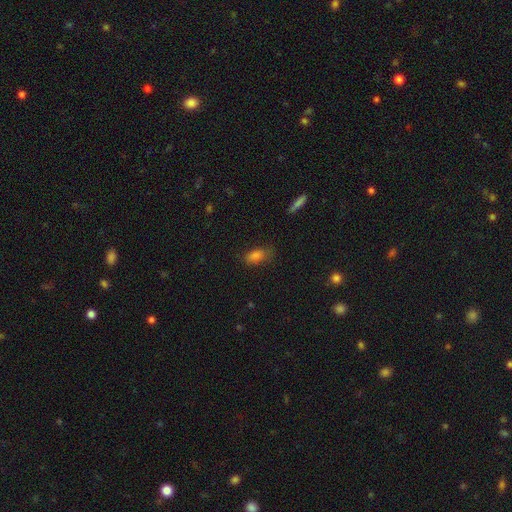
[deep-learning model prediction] A smooth galaxy with no disk features (82%) that is in between round and cigar-shaped (86%).

Vote fractions:
- Smooth or featured? smooth: 82% / star or artifact: 11% / featured or disk: 7%
- How rounded? in between: 86% / cigar-shaped: 8% / round: 6%
- Merging? none: 67% / minor disturbance: 24% / major disturbance: 7% / merger: 2%